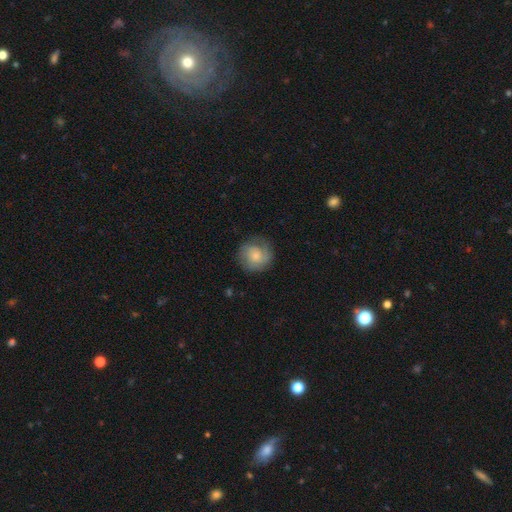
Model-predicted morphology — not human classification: Smooth or featured?
  - smooth: 50% *
  - featured or disk: 42%
  - star or artifact: 7%
How rounded?
  - round: 90% *
  - in between: 9%
  - cigar-shaped: 1%
Merging?
  - none: 77% *
  - minor disturbance: 16%
  - major disturbance: 6%
  - merger: 1%